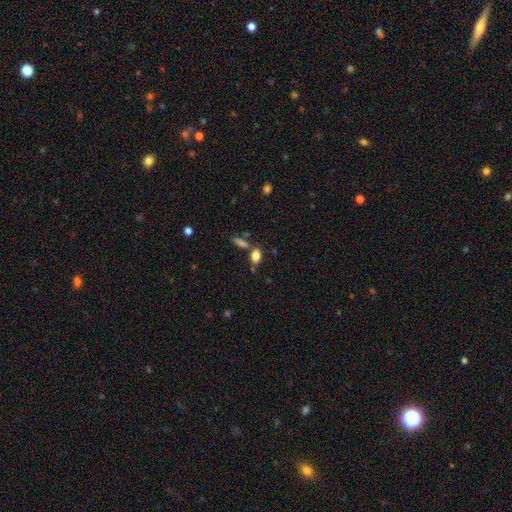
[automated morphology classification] Smooth or featured? smooth (83%)
How rounded? in between (82%)
Merging? none (62%)